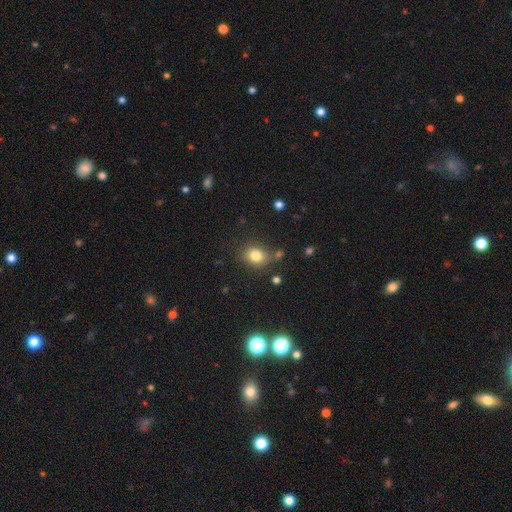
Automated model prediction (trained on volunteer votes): Morphology: type=smooth (80%); roundness=round (56%); merging=none (73%).